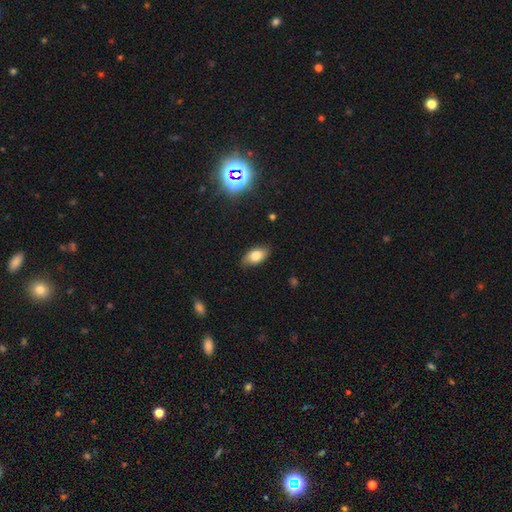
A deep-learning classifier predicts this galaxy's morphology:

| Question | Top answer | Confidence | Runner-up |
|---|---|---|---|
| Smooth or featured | smooth | 78% | featured or disk (13%) |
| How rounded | in between | 92% | round (5%) |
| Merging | none | 82% | minor disturbance (14%) |